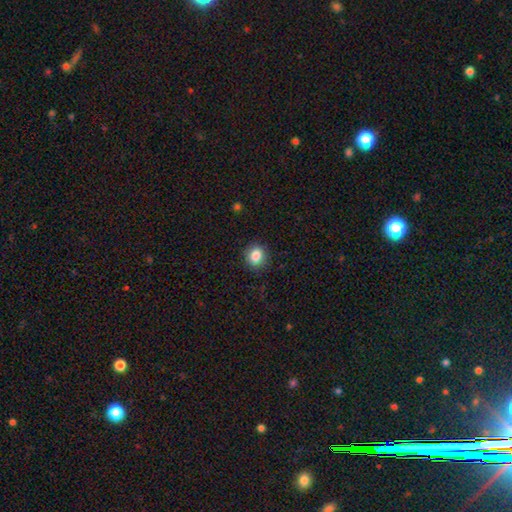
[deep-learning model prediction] Morphology: type=smooth (86%); roundness=round (65%); merging=none (87%).